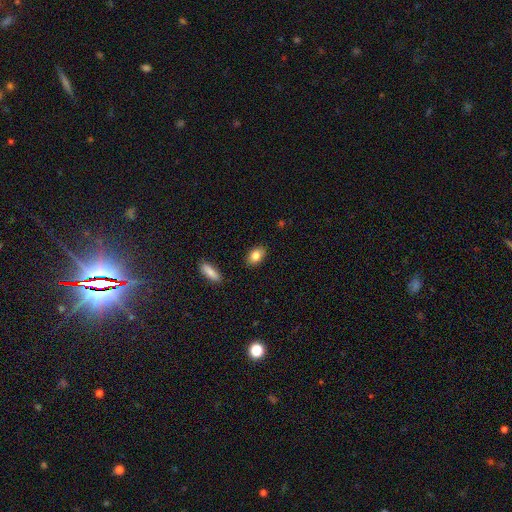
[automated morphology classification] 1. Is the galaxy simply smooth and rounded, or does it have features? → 83% smooth, 10% featured or disk, 8% star or artifact.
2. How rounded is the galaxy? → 84% in between, 14% round, 2% cigar-shaped.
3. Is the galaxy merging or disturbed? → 88% none, 9% minor disturbance, 2% major disturbance, 1% merger.